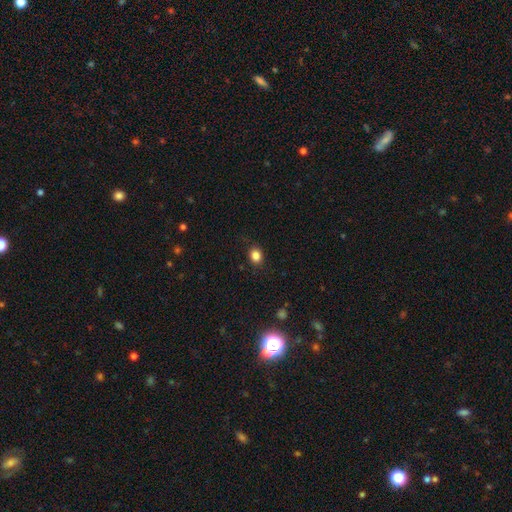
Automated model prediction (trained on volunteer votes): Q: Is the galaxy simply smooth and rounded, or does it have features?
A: smooth — 84%.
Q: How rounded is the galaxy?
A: round — 54%.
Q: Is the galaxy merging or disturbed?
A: none — 85%.